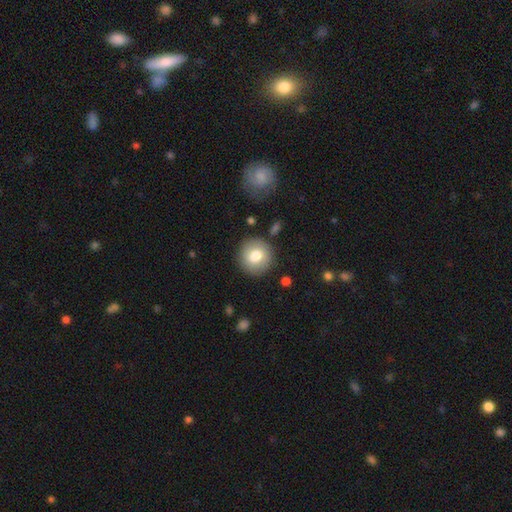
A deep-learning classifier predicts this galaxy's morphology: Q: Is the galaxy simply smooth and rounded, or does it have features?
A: smooth — 77%.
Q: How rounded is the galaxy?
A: round — 93%.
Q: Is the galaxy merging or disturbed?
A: none — 88%.